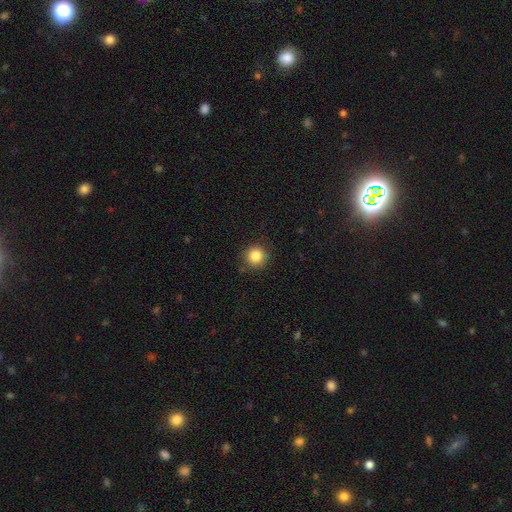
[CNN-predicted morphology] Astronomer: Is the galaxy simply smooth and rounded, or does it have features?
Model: smooth — 85%.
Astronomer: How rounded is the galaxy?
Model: round — 93%.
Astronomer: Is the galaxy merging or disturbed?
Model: none — 86%.